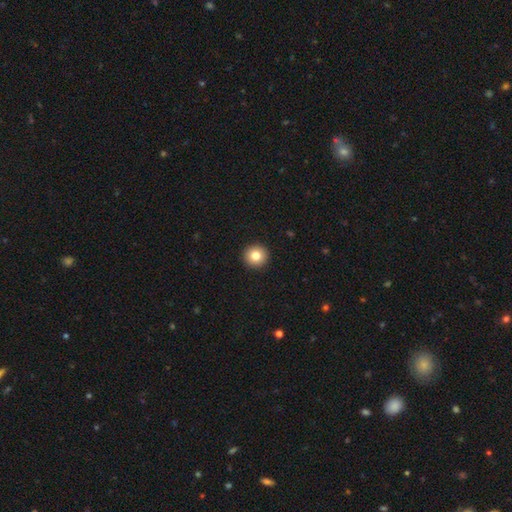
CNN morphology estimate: smooth-or-featured: smooth: 81% | star or artifact: 10% | featured or disk: 9%
  how-rounded: round: 95% | in between: 4% | cigar-shaped: 1%
  merging: none: 94% | minor disturbance: 4% | major disturbance: 1% | merger: 1%